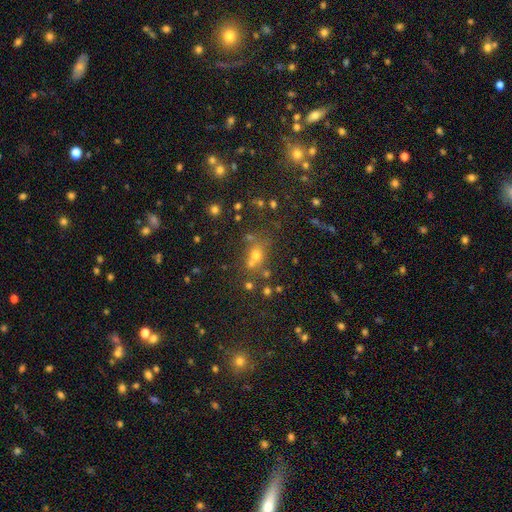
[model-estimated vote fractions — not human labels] The model was most divided on "smooth or featured": smooth: 53%, star or artifact: 33%, featured or disk: 14%. More confident: how rounded — round (67%); merging — none (55%).